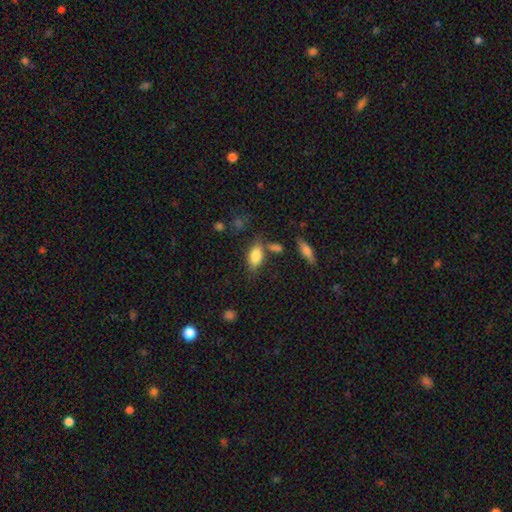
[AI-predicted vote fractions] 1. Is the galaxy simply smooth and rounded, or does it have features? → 79% smooth, 13% featured or disk, 8% star or artifact.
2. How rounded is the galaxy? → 86% in between, 9% cigar-shaped, 5% round.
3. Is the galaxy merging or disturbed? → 64% none, 19% minor disturbance, 11% merger, 6% major disturbance.